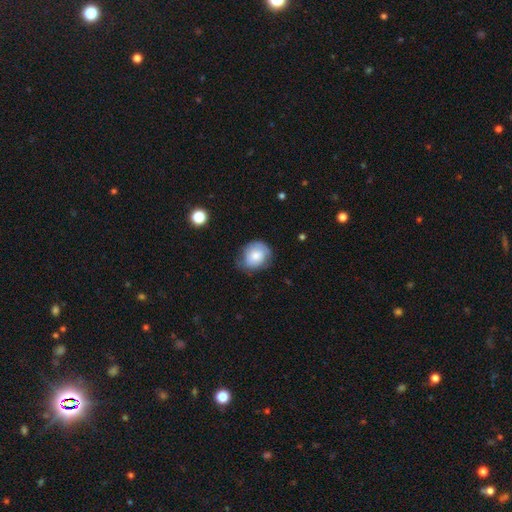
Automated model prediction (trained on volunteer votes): smooth_or_featured: smooth (p=0.70) [alt: featured or disk p=0.22]
how_rounded: round (p=0.67) [alt: in between p=0.33]
merging: none (p=0.60) [alt: minor disturbance p=0.30]